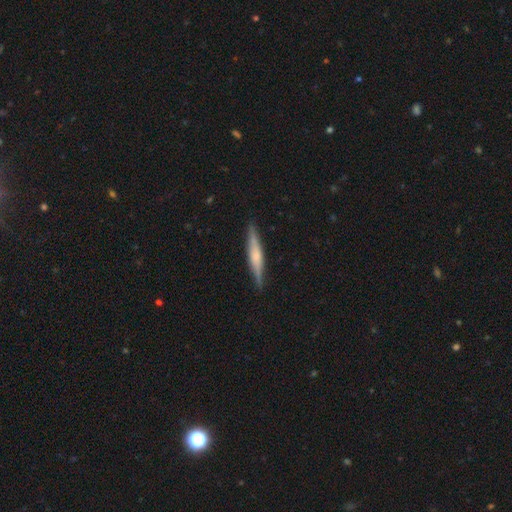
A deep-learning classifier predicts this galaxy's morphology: Overall: featured or disk (57%; smooth 38%). Edge-on disk: yes (97%). Edge-on bulge: rounded (56%; boxy 25%). Merging: none (90%).